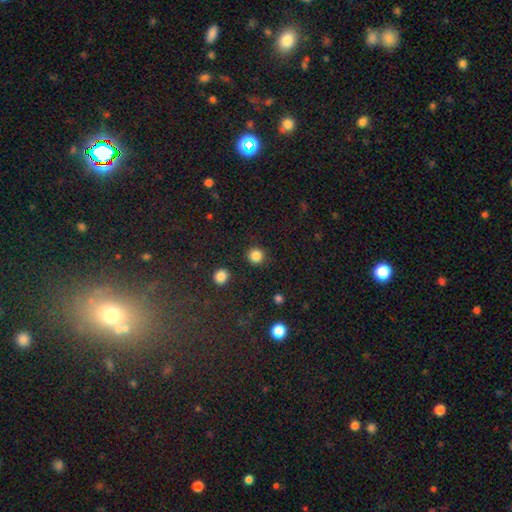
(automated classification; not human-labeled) This appears to be a smooth galaxy with no disk features (85%) that is round (95%). Merging: none (91%).